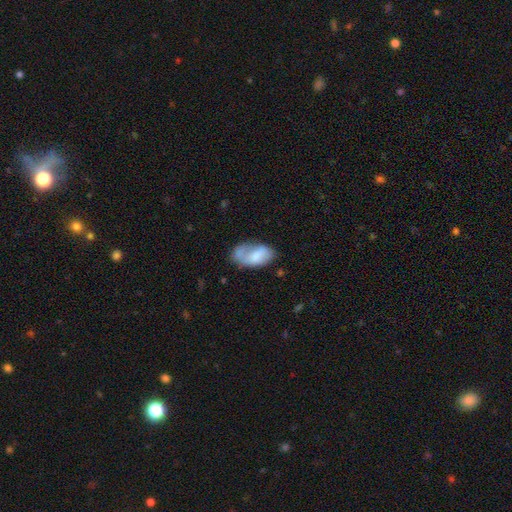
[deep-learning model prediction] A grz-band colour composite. It shows a smooth galaxy with no disk features (67%) that is in between round and cigar-shaped (94%). Merging: none (37%).